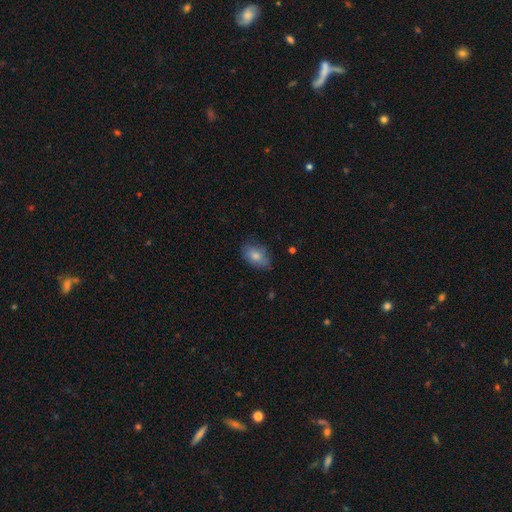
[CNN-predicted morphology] smooth 74%, featured or disk 19%, star or artifact 8%. Down the decision tree: how rounded — in between (85%); merging — none (70%).